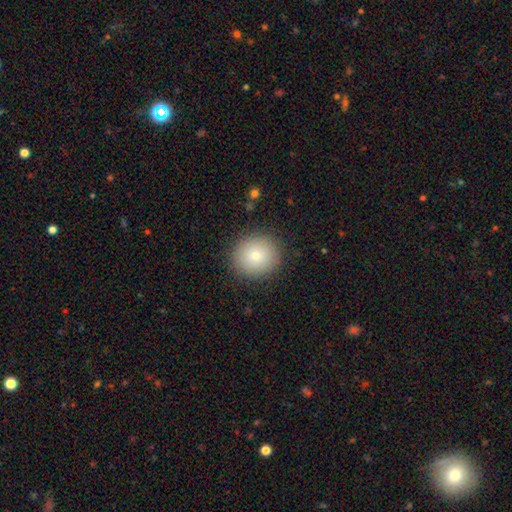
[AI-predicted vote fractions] Smooth or featured? smooth (79%)
How rounded? round (92%)
Merging? none (89%)